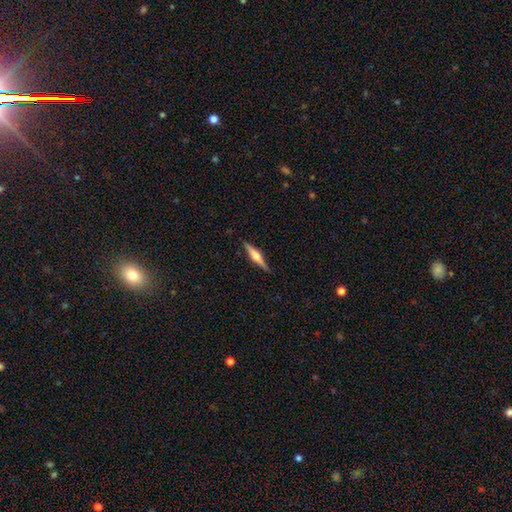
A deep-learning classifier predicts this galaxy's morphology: The model was most divided on "smooth or featured": featured or disk: 69%, smooth: 25%, star or artifact: 6%. More confident: edge-on disk — yes (98%); merging — none (89%); edge-on bulge — rounded (84%).